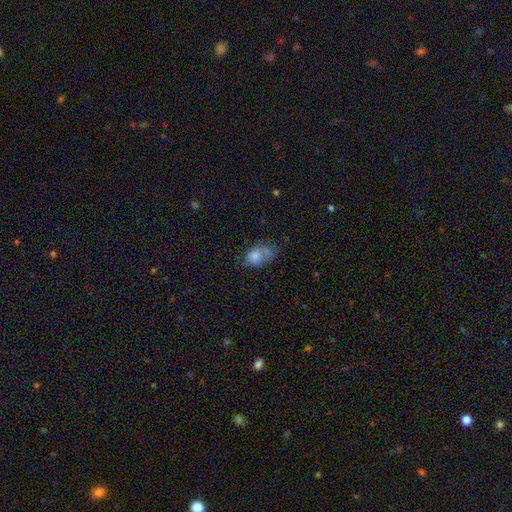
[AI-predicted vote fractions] smooth 65%, featured or disk 20%, star or artifact 15%. Down the decision tree: how rounded — in between (75%); merging — none (42%).